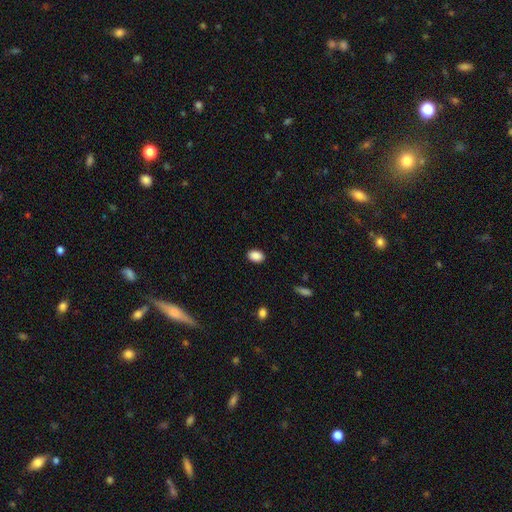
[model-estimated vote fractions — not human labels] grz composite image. It shows a smooth galaxy with no disk features (89%) that is in between round and cigar-shaped (81%). Merging: none (89%).